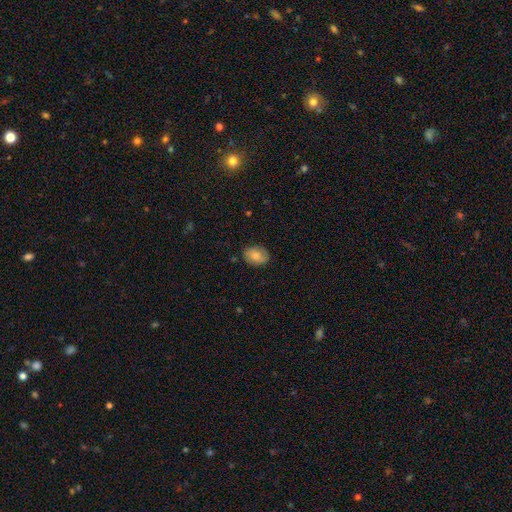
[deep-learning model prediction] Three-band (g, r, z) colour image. It shows a smooth galaxy with no disk features (73%) that is in between round and cigar-shaped (73%). Merging: none (79%).